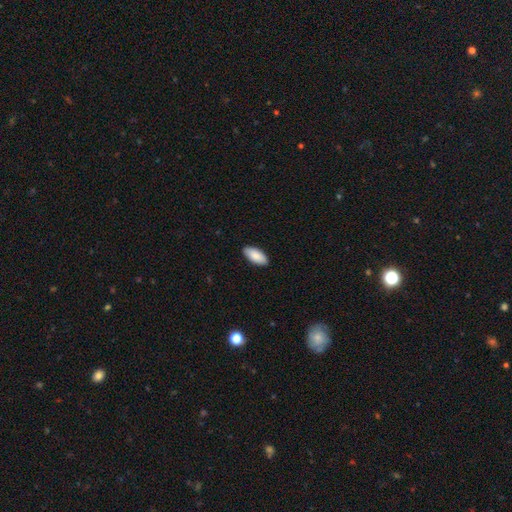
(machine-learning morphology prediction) smooth-or-featured: smooth: 87% | featured or disk: 7% | star or artifact: 6%
  how-rounded: in between: 91% | cigar-shaped: 7% | round: 2%
  merging: none: 89% | minor disturbance: 9% | major disturbance: 2% | merger: 1%